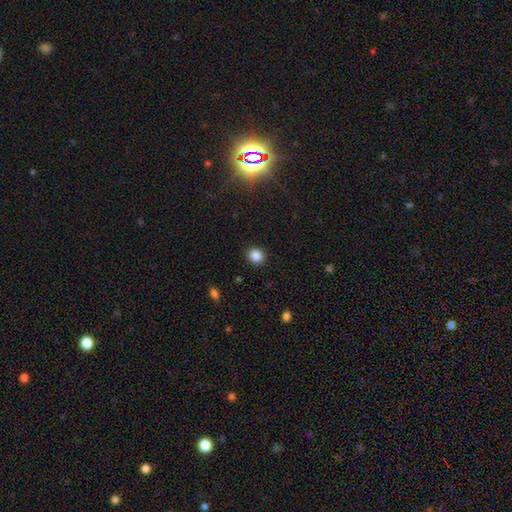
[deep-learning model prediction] smooth-or-featured: smooth: 86% | star or artifact: 10% | featured or disk: 3%
  how-rounded: round: 77% | in between: 22% | cigar-shaped: 1%
  merging: none: 89% | minor disturbance: 7% | major disturbance: 2% | merger: 1%